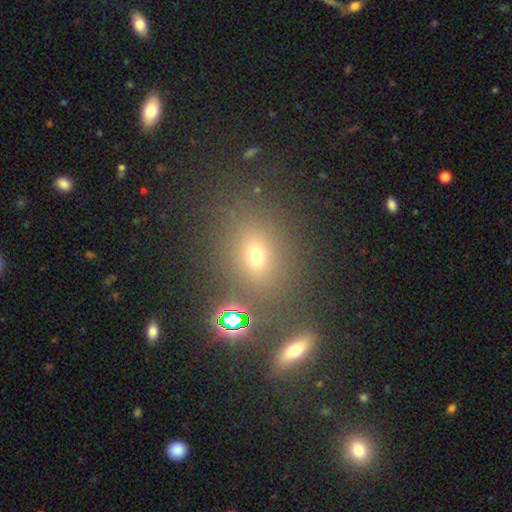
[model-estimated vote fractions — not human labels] smooth-or-featured: smooth: 58% | star or artifact: 26% | featured or disk: 16%
  how-rounded: in between: 53% | round: 44% | cigar-shaped: 3%
  merging: none: 75% | minor disturbance: 11% | merger: 9% | major disturbance: 5%